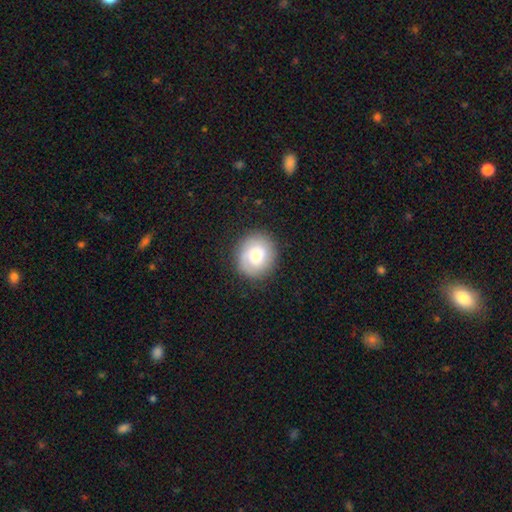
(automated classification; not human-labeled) smooth_or_featured: smooth (p=0.71) [alt: featured or disk p=0.20]
how_rounded: round (p=0.80) [alt: in between p=0.19]
merging: none (p=0.86) [alt: minor disturbance p=0.10]